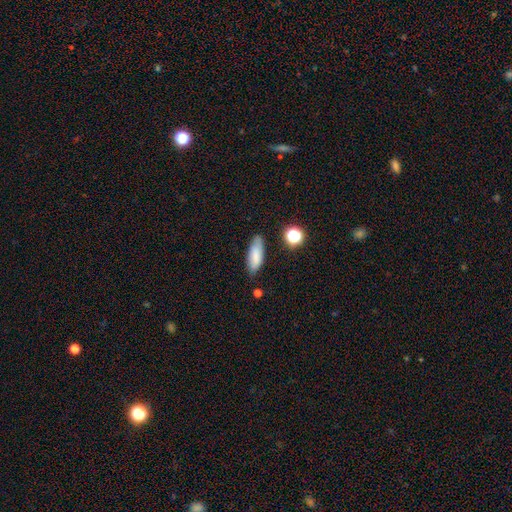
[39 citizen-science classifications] smooth_or_featured: smooth (p=0.85) [alt: featured or disk p=0.15]
how_rounded: cigar-shaped (p=0.58) [alt: in between p=0.42]
merging: none (p=0.62) [alt: minor disturbance p=0.33]